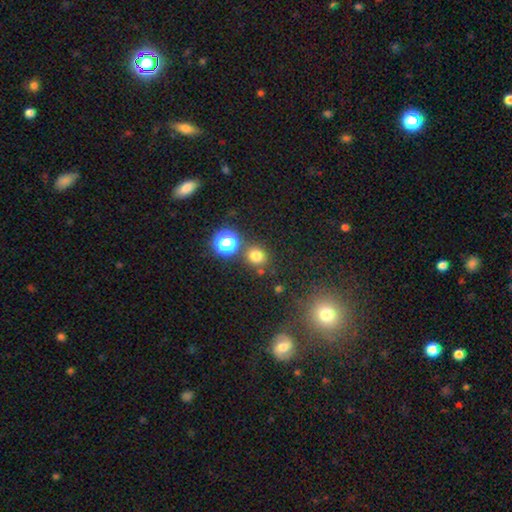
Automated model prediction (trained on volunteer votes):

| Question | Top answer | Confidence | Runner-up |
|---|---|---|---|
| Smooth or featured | smooth | 74% | star or artifact (20%) |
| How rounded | round | 82% | in between (17%) |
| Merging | none | 77% | merger (10%) |